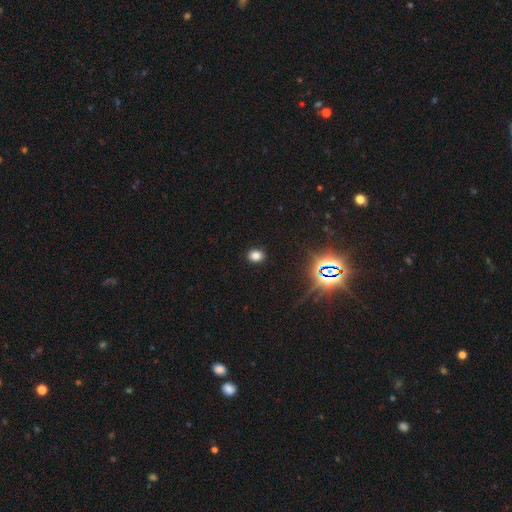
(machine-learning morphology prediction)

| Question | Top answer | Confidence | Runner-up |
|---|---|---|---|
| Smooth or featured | smooth | 78% | star or artifact (16%) |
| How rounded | in between | 53% | round (46%) |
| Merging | none | 90% | minor disturbance (7%) |